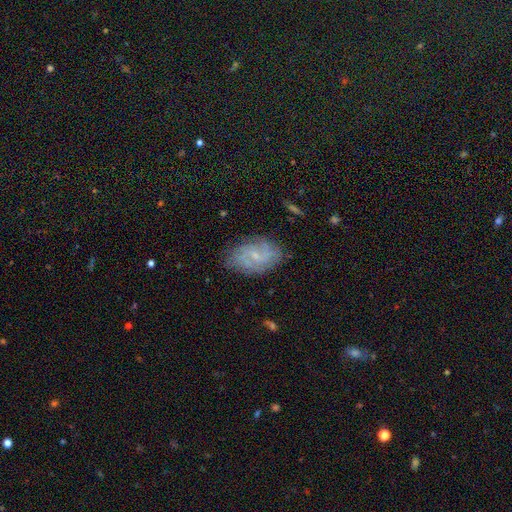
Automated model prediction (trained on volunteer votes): smooth-or-featured: featured or disk: 66% | smooth: 22% | star or artifact: 12%
  disk-edge-on: no: 96% | yes: 4%
    bar: weak: 50% | no: 40% | strong: 9%
    has-spiral-arms: yes: 89% | no: 11%
      spiral-winding: tight: 41% | medium: 40% | loose: 18%
      spiral-arm-count: 2: 39% | can't tell: 35% | 3: 10% | 4: 6% | 1: 5% | more than 4: 5%
    bulge-size: small: 71% | moderate: 17% | none: 10% | large: 1% | dominant: 1%
  merging: none: 76% | minor disturbance: 17% | major disturbance: 6% | merger: 2%